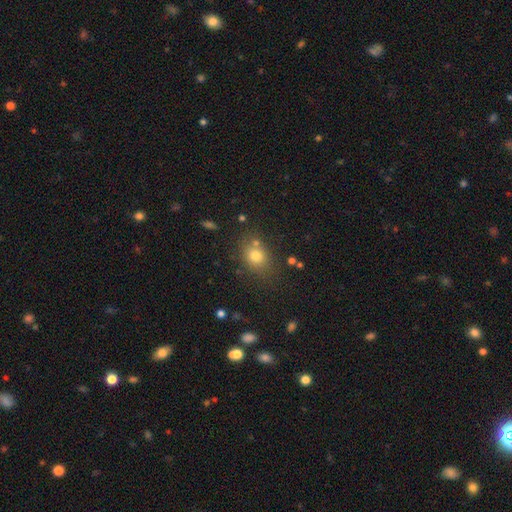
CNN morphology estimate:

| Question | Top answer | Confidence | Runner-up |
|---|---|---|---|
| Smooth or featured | smooth | 75% | star or artifact (15%) |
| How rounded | round | 56% | in between (43%) |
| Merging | none | 71% | minor disturbance (14%) |